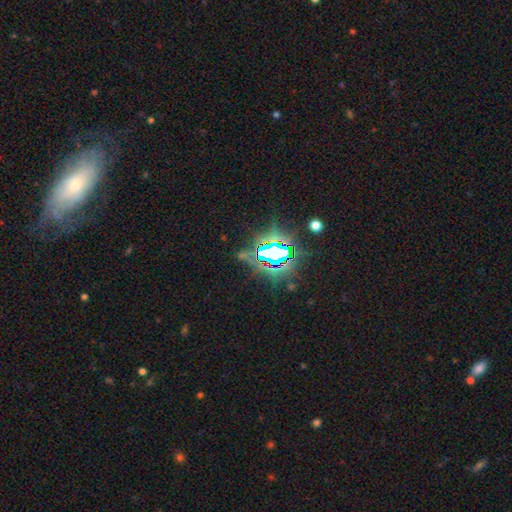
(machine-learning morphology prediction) smooth_or_featured: star or artifact (p=0.80) [alt: smooth p=0.11]